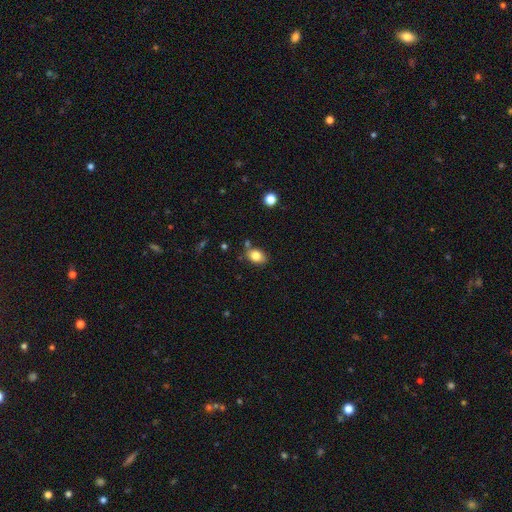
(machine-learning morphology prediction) This is clearly a smooth galaxy (82%). How rounded: likely in between (77%). Merging: likely none (73%).